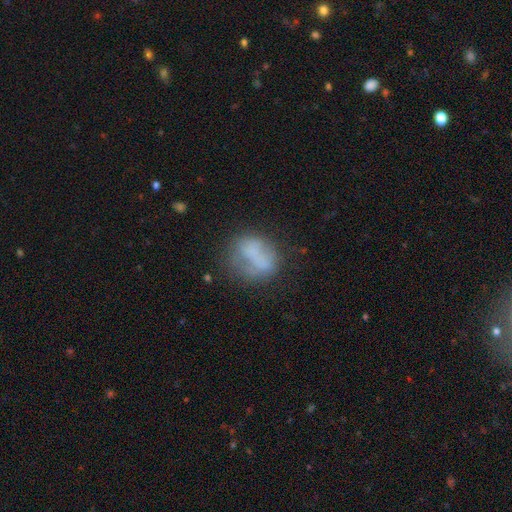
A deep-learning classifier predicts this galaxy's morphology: Smooth or featured: smooth — 58% (featured or disk — 31%)
How rounded: in between — 51% (round — 47%)
Merging: none — 45% (minor disturbance — 25%)